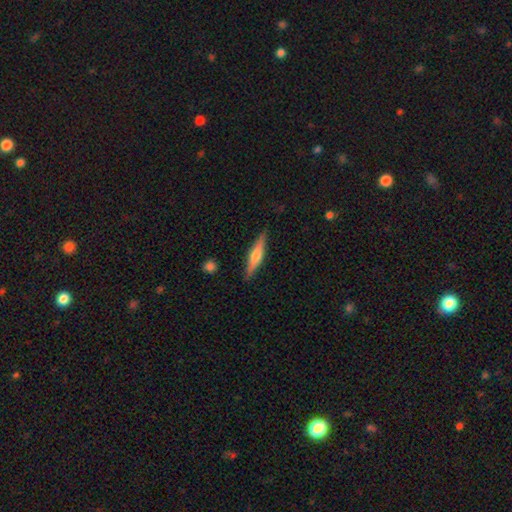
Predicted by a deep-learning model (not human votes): Morphology: type=featured or disk (50%); merging=none (88%).